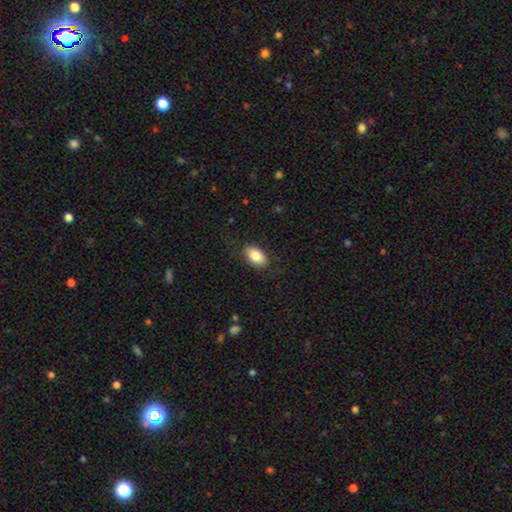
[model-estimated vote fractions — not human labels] A smooth galaxy with no disk features (84%) that is in between round and cigar-shaped (90%).

Vote fractions:
- Smooth or featured? smooth: 84% / featured or disk: 9% / star or artifact: 7%
- How rounded? in between: 90% / round: 8% / cigar-shaped: 1%
- Merging? none: 85% / minor disturbance: 11% / major disturbance: 3% / merger: 1%